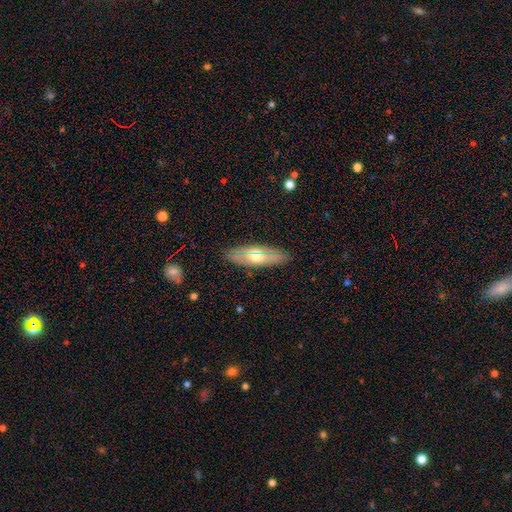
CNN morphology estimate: This appears to be a smooth galaxy with no disk features (52%) that is in between round and cigar-shaped (57%). Merging: none (87%).